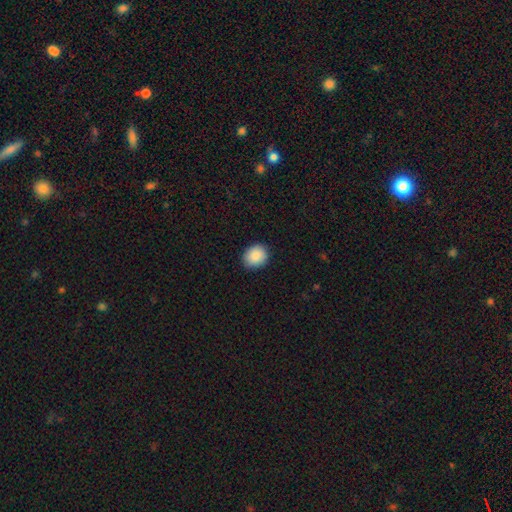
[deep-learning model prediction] smooth_or_featured: smooth (p=0.89) [alt: star or artifact p=0.07]
how_rounded: round (p=0.61) [alt: in between p=0.39]
merging: none (p=0.87) [alt: minor disturbance p=0.10]